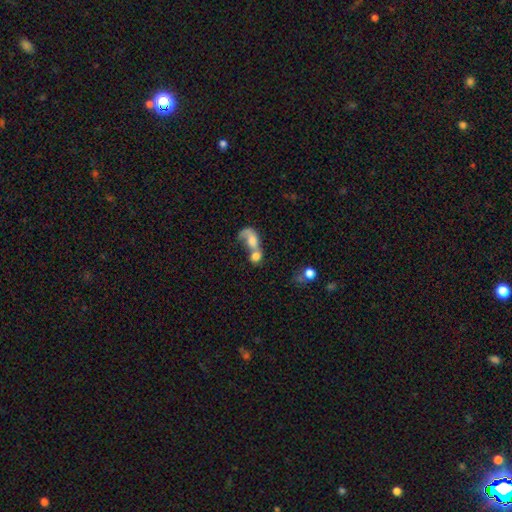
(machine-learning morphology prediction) This appears to be a smooth galaxy with no disk features (60%) that is in between round and cigar-shaped (55%). Merging: merger (72%).